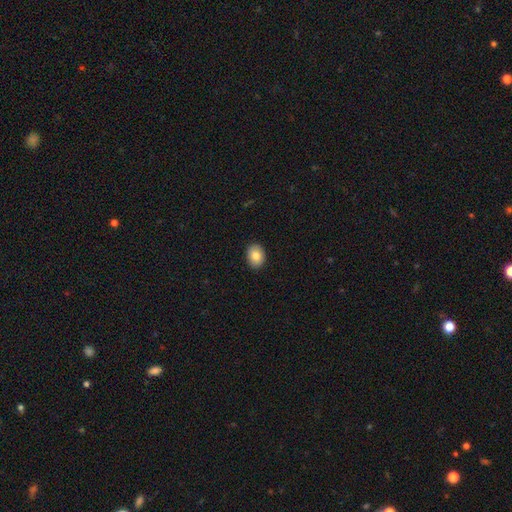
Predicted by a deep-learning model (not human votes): Smooth or featured? smooth (83%)
How rounded? in between (67%)
Merging? none (91%)